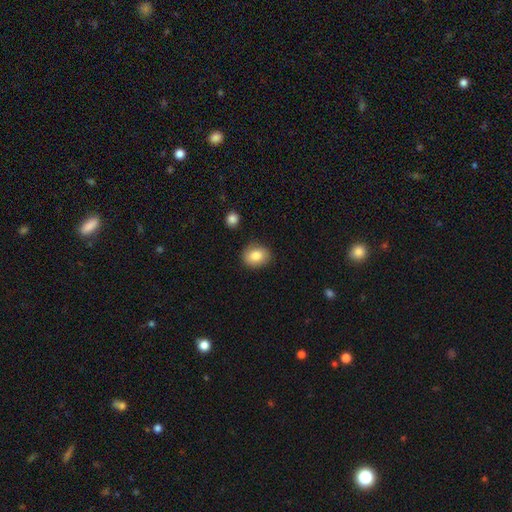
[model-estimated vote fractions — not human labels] Overall: smooth (83%). How rounded: round (51%; in between 48%). Merging: none (84%).